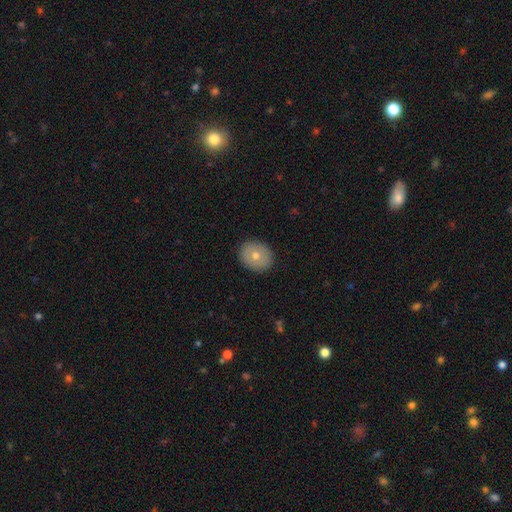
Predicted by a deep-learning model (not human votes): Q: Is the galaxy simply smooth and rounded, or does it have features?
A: smooth — 69%.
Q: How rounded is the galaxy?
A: round — 64%.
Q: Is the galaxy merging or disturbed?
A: none — 90%.